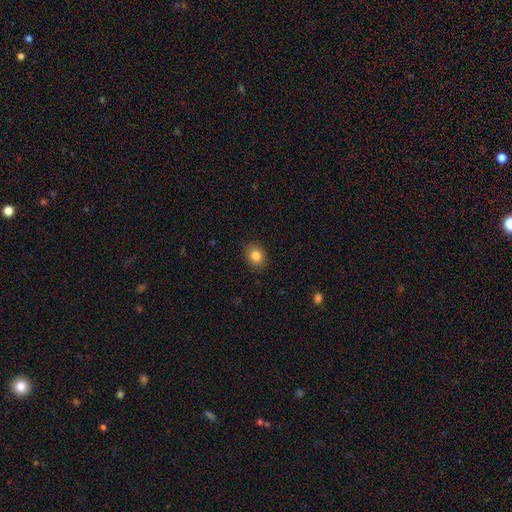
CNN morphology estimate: This is clearly a smooth galaxy (84%). How rounded: possibly round (55%). Merging: clearly none (89%).